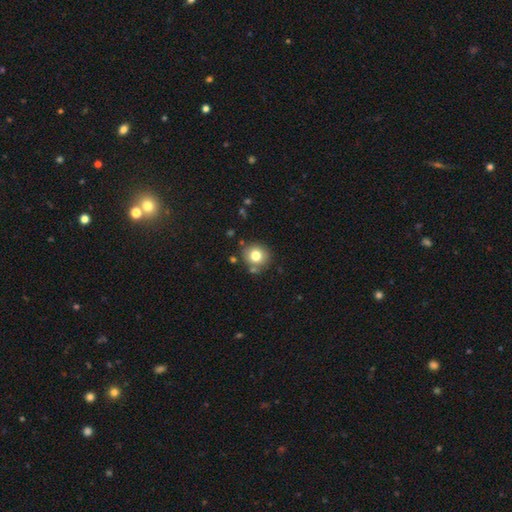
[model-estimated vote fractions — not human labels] A smooth galaxy with no disk features (78%) that is round (86%).

Vote fractions:
- Smooth or featured? smooth: 78% / featured or disk: 11% / star or artifact: 11%
- How rounded? round: 86% / in between: 13% / cigar-shaped: 1%
- Merging? none: 79% / minor disturbance: 11% / merger: 7% / major disturbance: 3%